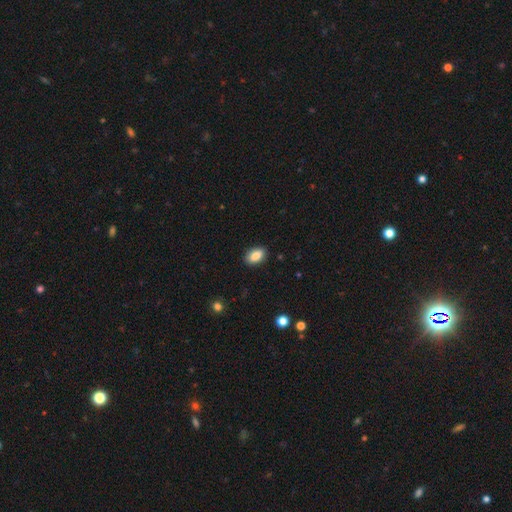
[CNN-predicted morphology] Smooth or featured? Predicted: smooth (p=0.87). How rounded? Predicted: in between (p=0.91). Merging? Predicted: none (p=0.89).